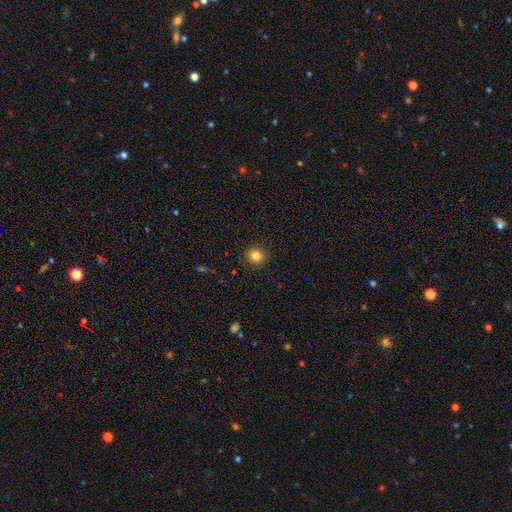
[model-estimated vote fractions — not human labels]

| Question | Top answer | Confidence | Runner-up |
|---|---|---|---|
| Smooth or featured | smooth | 84% | star or artifact (11%) |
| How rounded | round | 88% | in between (11%) |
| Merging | none | 91% | minor disturbance (6%) |